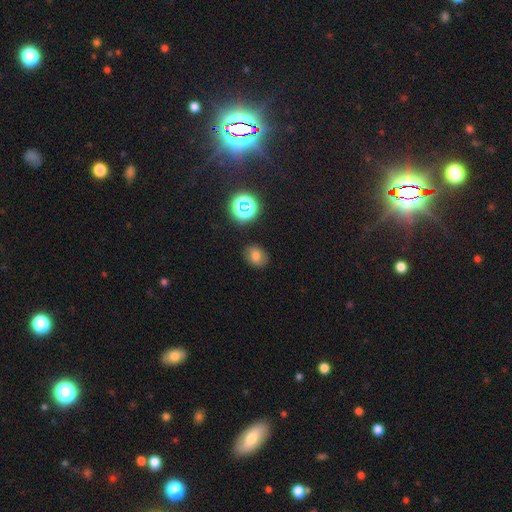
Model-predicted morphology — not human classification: This appears to be a smooth galaxy with no disk features (71%) that is in between round and cigar-shaped (51%). Merging: none (82%).